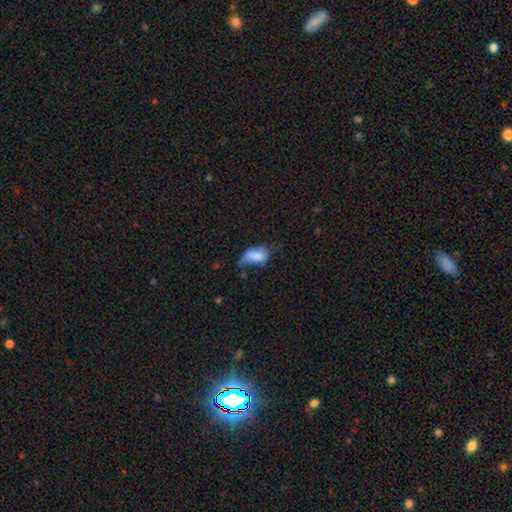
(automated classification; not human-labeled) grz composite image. It shows a smooth galaxy with no disk features (75%) that is in between round and cigar-shaped (91%). Merging: minor disturbance (37%).